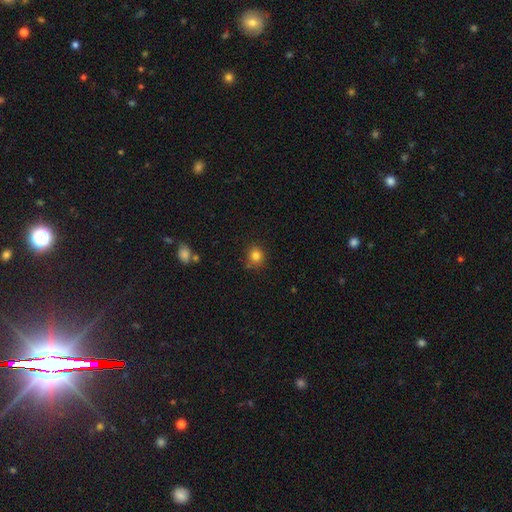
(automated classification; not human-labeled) Overall: smooth (82%). How rounded: round (85%). Merging: none (82%).